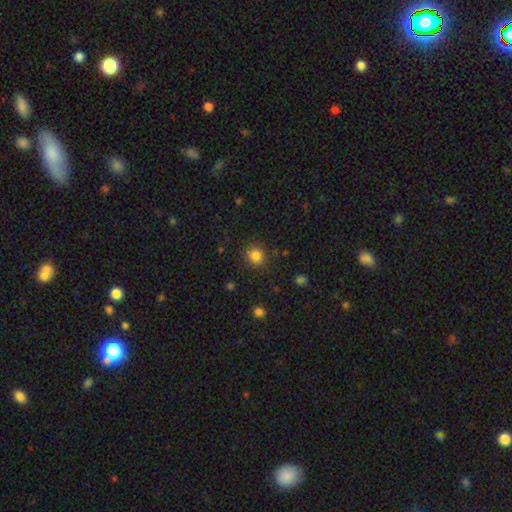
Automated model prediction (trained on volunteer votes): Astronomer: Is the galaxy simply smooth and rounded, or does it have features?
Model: smooth — 84%.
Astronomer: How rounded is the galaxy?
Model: round — 88%.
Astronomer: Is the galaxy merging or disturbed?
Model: none — 87%.